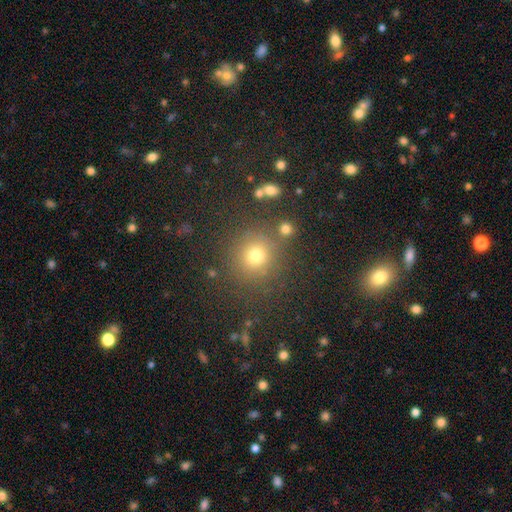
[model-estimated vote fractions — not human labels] Smooth or featured?
  - smooth: 72% *
  - star or artifact: 21%
  - featured or disk: 7%
How rounded?
  - round: 90% *
  - in between: 9%
  - cigar-shaped: 1%
Merging?
  - none: 82% *
  - minor disturbance: 9%
  - merger: 6%
  - major disturbance: 4%